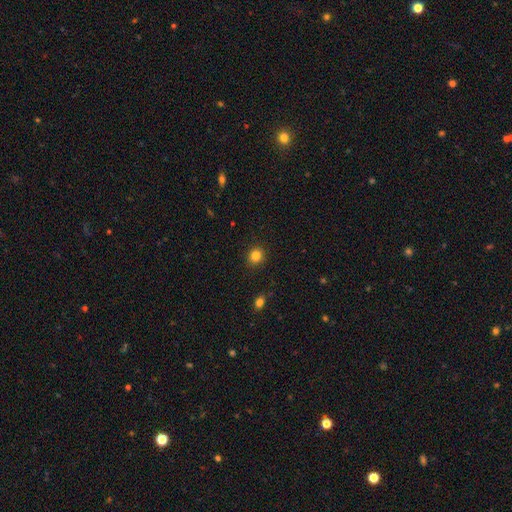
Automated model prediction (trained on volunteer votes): A smooth galaxy with no disk features (84%) that is round (85%).

Vote fractions:
- Smooth or featured? smooth: 84% / star or artifact: 12% / featured or disk: 4%
- How rounded? round: 85% / in between: 14% / cigar-shaped: 1%
- Merging? none: 91% / minor disturbance: 6% / major disturbance: 2% / merger: 1%